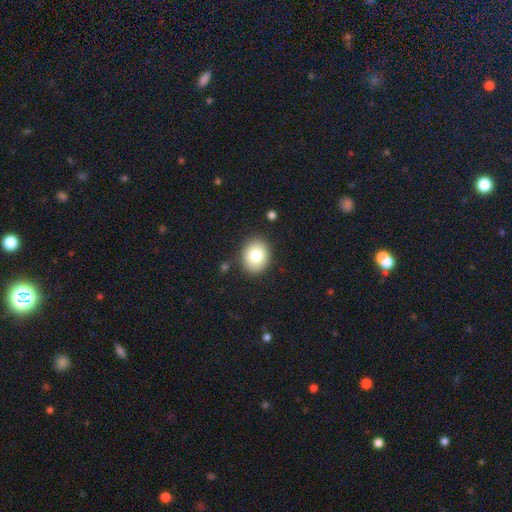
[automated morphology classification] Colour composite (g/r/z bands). It shows a smooth galaxy with no disk features (78%) that is round (56%). Merging: none (87%).